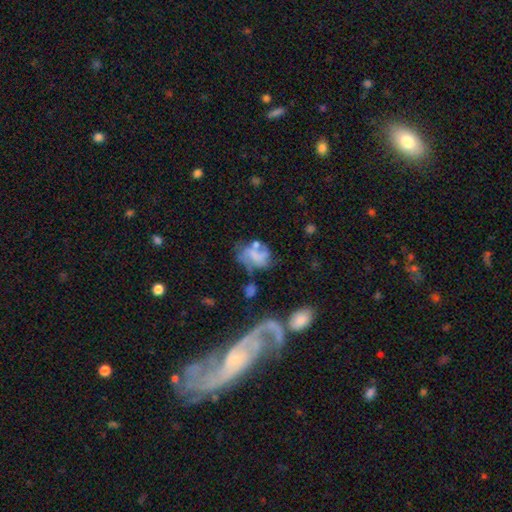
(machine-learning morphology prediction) A featured or disk galaxy (46%). Merging: major disturbance (30%).